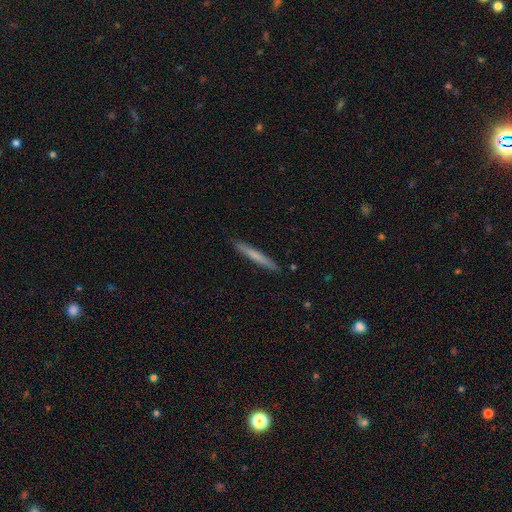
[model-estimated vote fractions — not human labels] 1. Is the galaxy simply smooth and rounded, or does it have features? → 65% smooth, 29% featured or disk, 6% star or artifact.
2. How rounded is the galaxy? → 97% cigar-shaped, 2% in between, 1% round.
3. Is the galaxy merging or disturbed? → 91% none, 7% minor disturbance, 1% major disturbance, 1% merger.